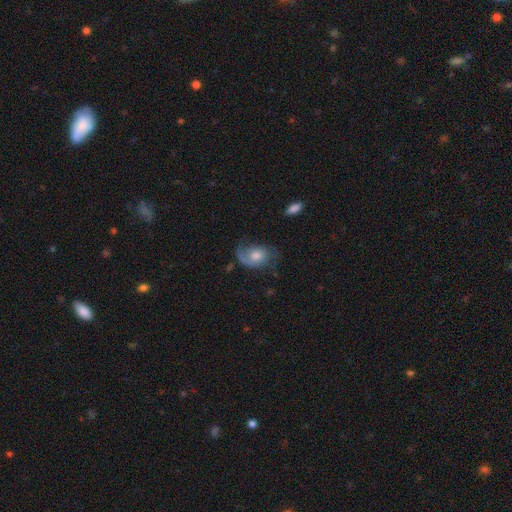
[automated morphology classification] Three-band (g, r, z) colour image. It shows a featured or disk galaxy (65%) with no bar (76%), 1 (47%) medium (39%) spiral arms (89%) and a moderate central bulge (59%). Merging: none (56%).